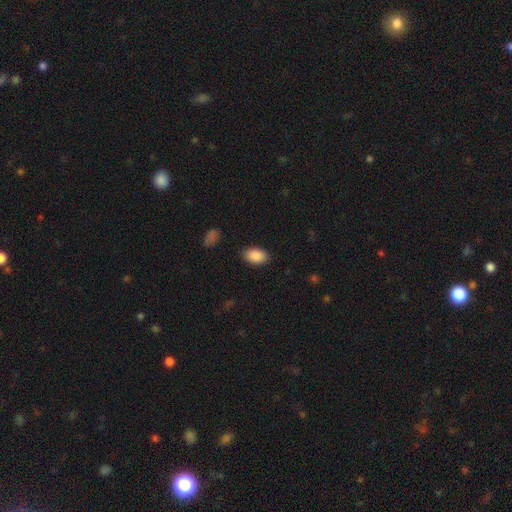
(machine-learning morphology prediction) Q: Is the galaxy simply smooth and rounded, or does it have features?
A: smooth — 89%.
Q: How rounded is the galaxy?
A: in between — 92%.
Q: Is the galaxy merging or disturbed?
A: none — 87%.